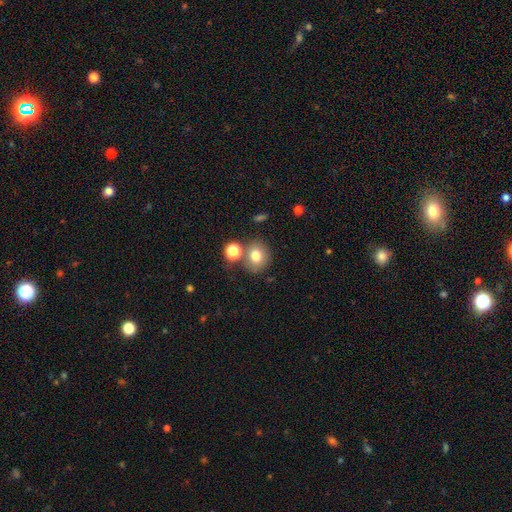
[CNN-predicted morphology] A smooth galaxy with no disk features (77%) that is round (78%). Merging: none (67%).